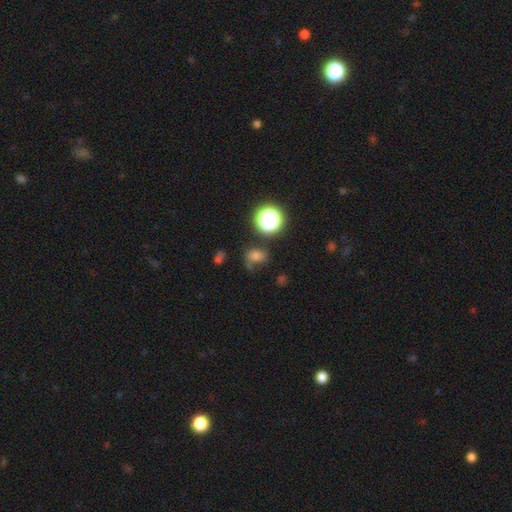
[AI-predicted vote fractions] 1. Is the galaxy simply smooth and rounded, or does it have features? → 61% smooth, 26% star or artifact, 13% featured or disk.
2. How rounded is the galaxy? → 52% in between, 46% round, 2% cigar-shaped.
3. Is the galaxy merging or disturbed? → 57% none, 22% minor disturbance, 13% major disturbance, 7% merger.